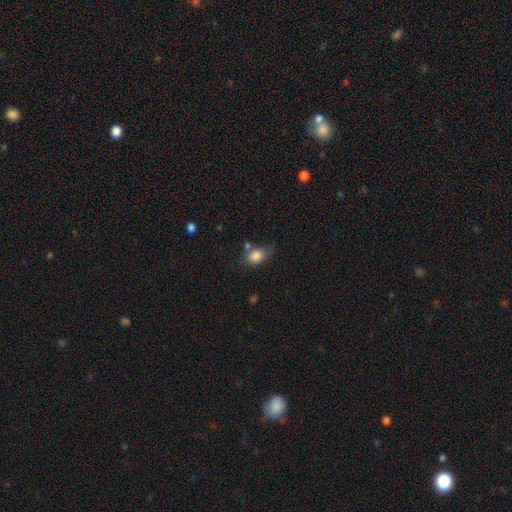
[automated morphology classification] type=smooth (83%); roundness=in between (68%); merging=none (55%).